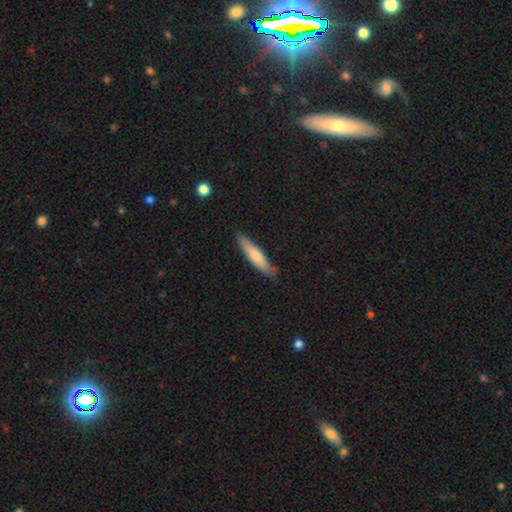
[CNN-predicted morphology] This is likely a smooth galaxy (73%). How rounded: clearly cigar-shaped (83%). Merging: clearly none (83%).